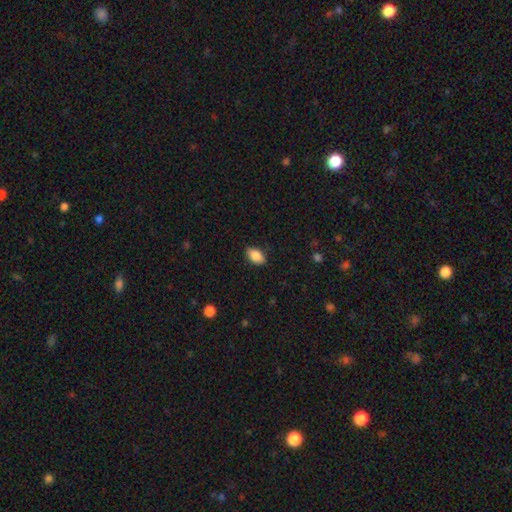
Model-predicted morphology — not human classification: A smooth galaxy with no disk features (85%) that is in between round and cigar-shaped (90%). Merging: none (86%).